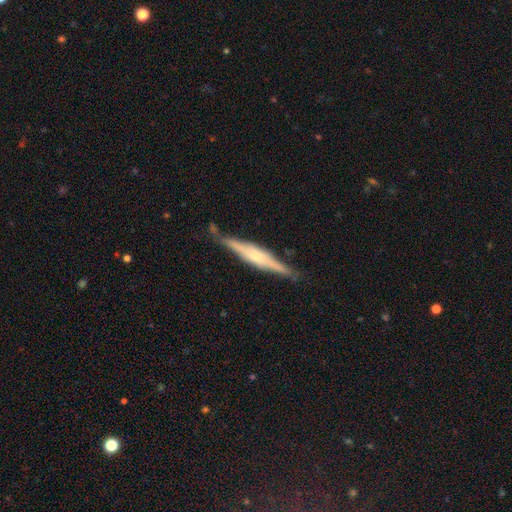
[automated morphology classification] type=featured or disk (73%); edge-on=yes (97%); edge-on bulge=rounded (64%); merging=none (83%).